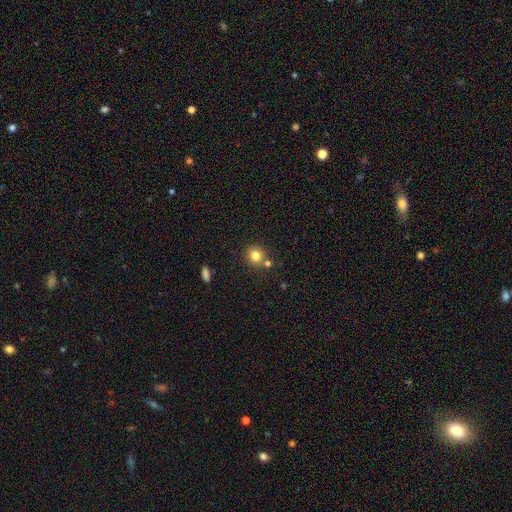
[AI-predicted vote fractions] Overall: smooth (80%). How rounded: round (86%). Merging: none (72%).